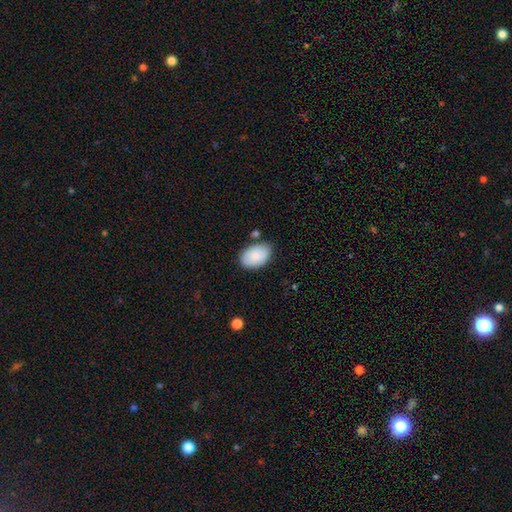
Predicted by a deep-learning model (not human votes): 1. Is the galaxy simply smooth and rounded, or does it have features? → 86% smooth, 8% featured or disk, 6% star or artifact.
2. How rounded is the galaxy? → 90% in between, 9% round, 1% cigar-shaped.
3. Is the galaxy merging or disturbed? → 77% none, 16% minor disturbance, 4% merger, 3% major disturbance.